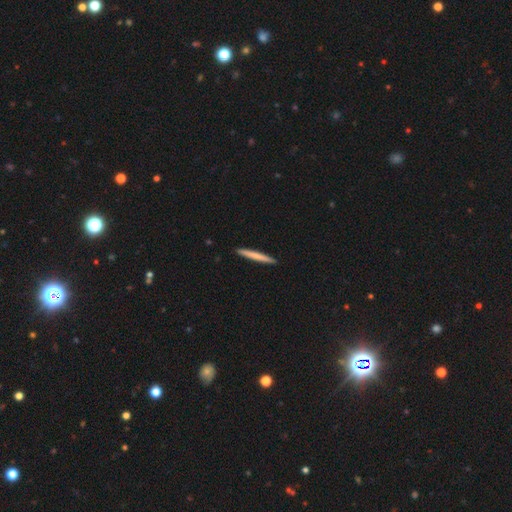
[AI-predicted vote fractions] This is likely a smooth galaxy (71%). How rounded: clearly cigar-shaped (97%). Merging: clearly none (93%).